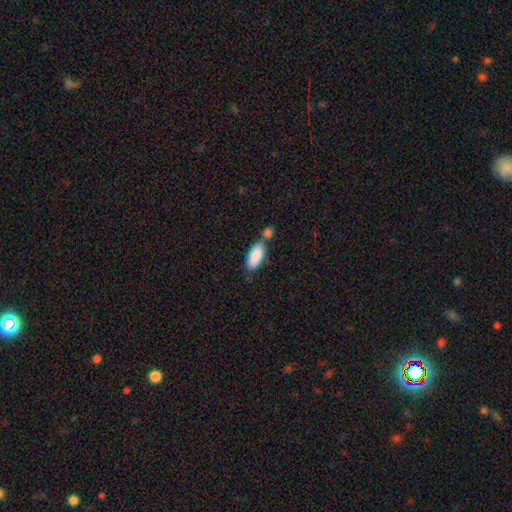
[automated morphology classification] Smooth or featured? smooth (87%)
How rounded? in between (87%)
Merging? none (44%)